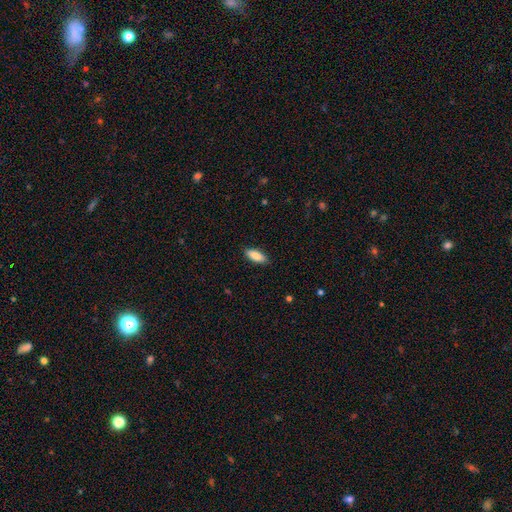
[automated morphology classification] The model was most divided on "how rounded": in between: 78%, cigar-shaped: 20%, round: 2%. More confident: merging — none (88%); smooth or featured — smooth (83%).